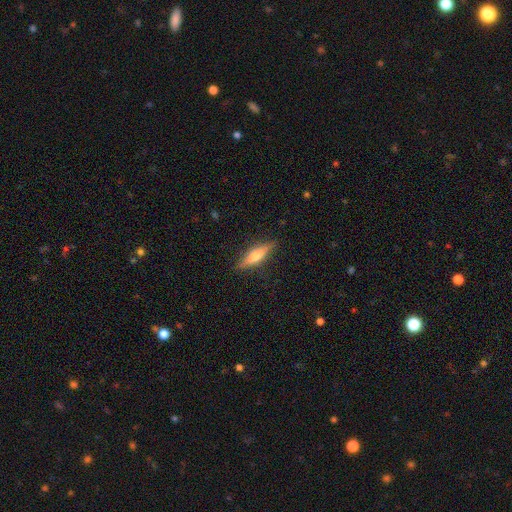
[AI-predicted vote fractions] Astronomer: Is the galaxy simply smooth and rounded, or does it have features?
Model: featured or disk — 49% (runner-up: smooth, 45%).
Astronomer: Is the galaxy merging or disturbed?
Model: none — 86%.